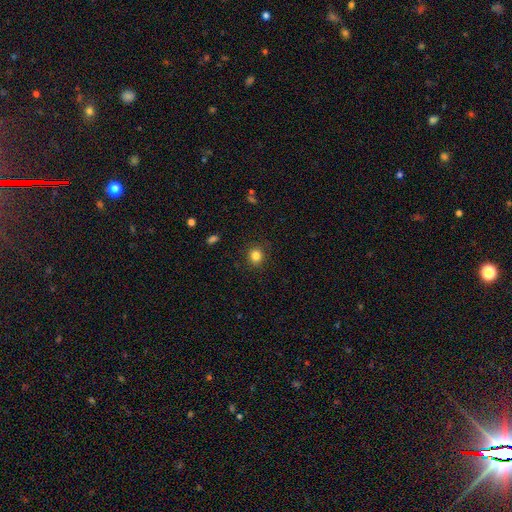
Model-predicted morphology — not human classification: Smooth or featured? Predicted: smooth (p=0.83). How rounded? Predicted: round (p=0.86). Merging? Predicted: none (p=0.88).